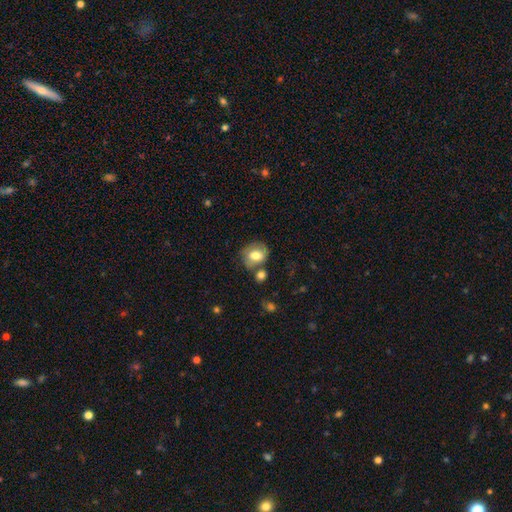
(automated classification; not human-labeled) Smooth or featured?
  - smooth: 69% *
  - featured or disk: 22%
  - star or artifact: 8%
How rounded?
  - round: 58% *
  - in between: 41%
  - cigar-shaped: 1%
Merging?
  - none: 58% *
  - minor disturbance: 19%
  - merger: 16%
  - major disturbance: 6%